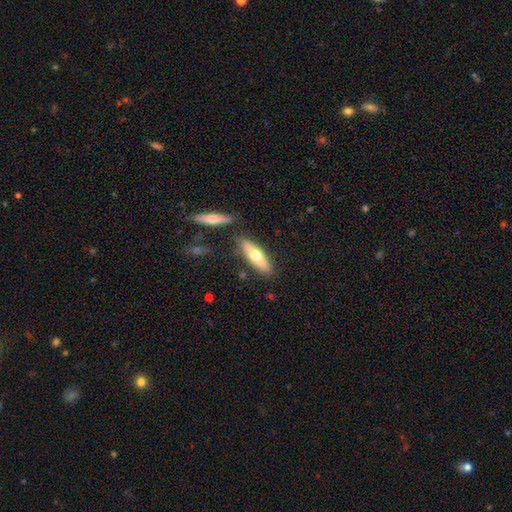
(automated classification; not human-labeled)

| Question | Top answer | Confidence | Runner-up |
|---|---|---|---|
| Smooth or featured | smooth | 58% | featured or disk (36%) |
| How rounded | cigar-shaped | 54% | in between (44%) |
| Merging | none | 80% | minor disturbance (11%) |